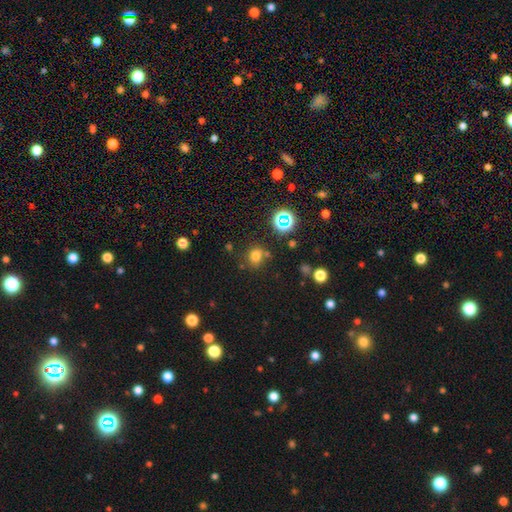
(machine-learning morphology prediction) smooth-or-featured: smooth: 71% | star or artifact: 22% | featured or disk: 8%
  how-rounded: round: 73% | in between: 26% | cigar-shaped: 1%
  merging: none: 70% | minor disturbance: 14% | merger: 10% | major disturbance: 5%